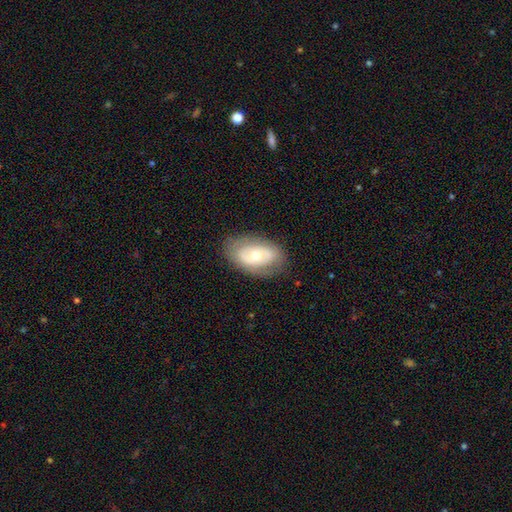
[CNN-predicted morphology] This appears to be a smooth galaxy with no disk features (48%). Merging: none (79%).